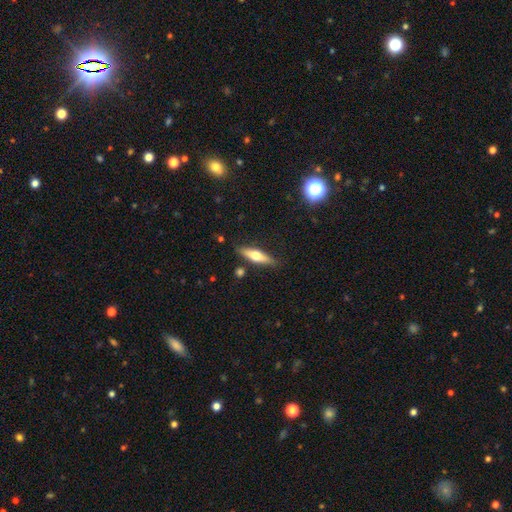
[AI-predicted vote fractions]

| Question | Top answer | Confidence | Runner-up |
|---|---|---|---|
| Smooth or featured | featured or disk | 49% | smooth (45%) |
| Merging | none | 84% | minor disturbance (11%) |